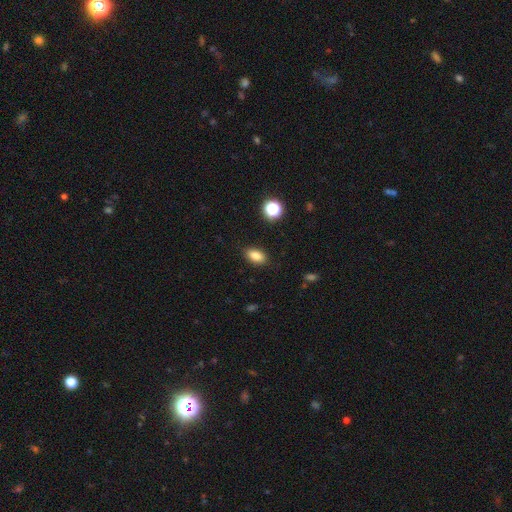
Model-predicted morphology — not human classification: type=smooth (82%); roundness=in between (87%); merging=none (87%).